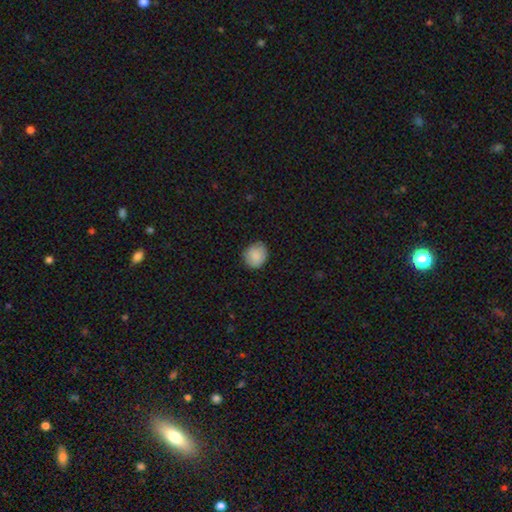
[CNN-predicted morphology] This appears to be a smooth galaxy with no disk features (86%) that is round (70%). Merging: none (82%).